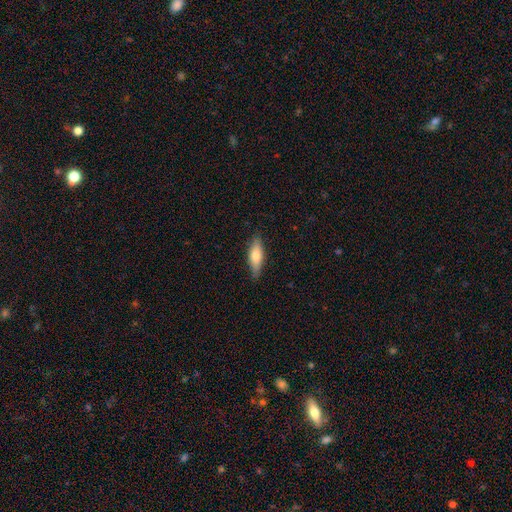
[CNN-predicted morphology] type=smooth (68%); roundness=cigar-shaped (50%); merging=none (82%).